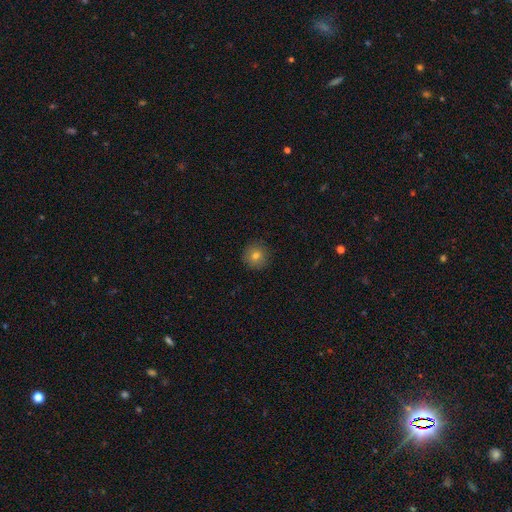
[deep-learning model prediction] Morphology: type=smooth (78%); roundness=round (95%); merging=none (91%).